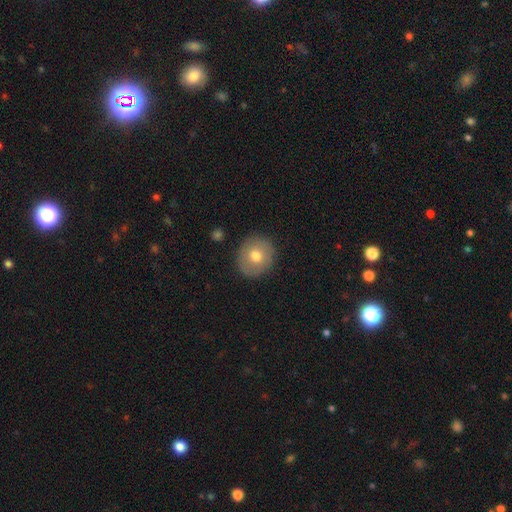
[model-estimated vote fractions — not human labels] A smooth galaxy with no disk features (70%) that is round (83%).

Vote fractions:
- Smooth or featured? smooth: 70% / featured or disk: 21% / star or artifact: 8%
- How rounded? round: 83% / in between: 16% / cigar-shaped: 1%
- Merging? none: 89% / minor disturbance: 8% / major disturbance: 2% / merger: 1%